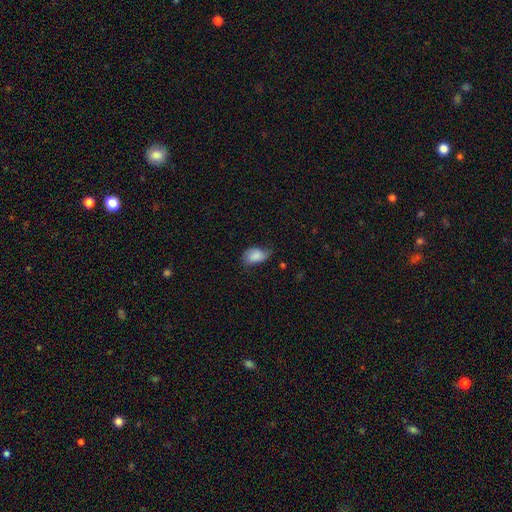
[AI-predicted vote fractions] Smooth or featured? Predicted: smooth (p=0.81). How rounded? Predicted: in between (p=0.89). Merging? Predicted: none (p=0.46).